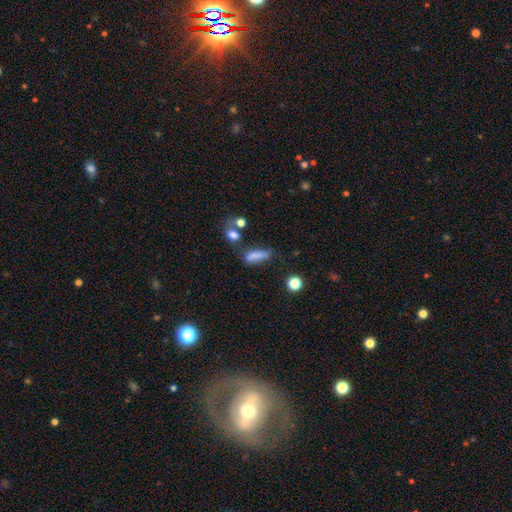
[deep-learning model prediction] smooth 74%, featured or disk 15%, star or artifact 12%. Down the decision tree: how rounded — in between (49%); merging — none (44%).